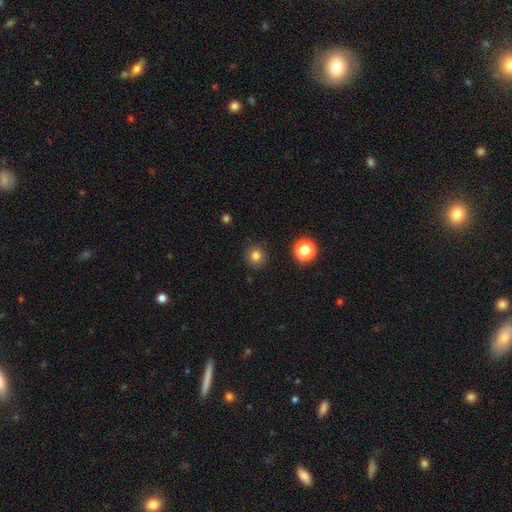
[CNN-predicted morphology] A smooth galaxy with no disk features (81%) that is round (92%). Merging: none (89%).